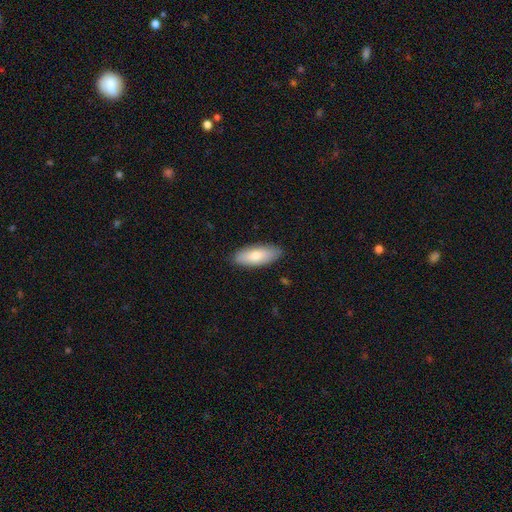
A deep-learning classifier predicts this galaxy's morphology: Smooth or featured? smooth (77%)
How rounded? in between (75%)
Merging? none (87%)